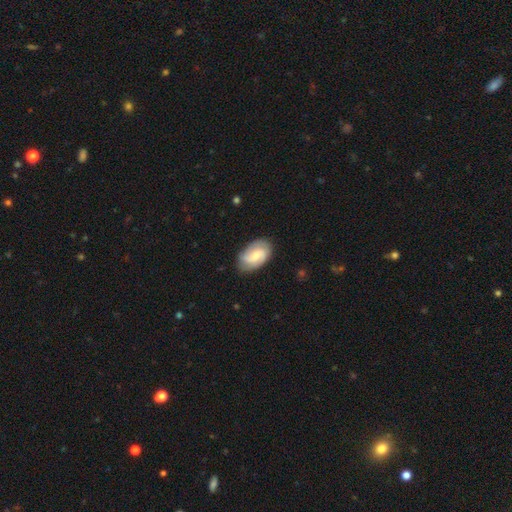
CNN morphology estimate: type=featured or disk (51%); edge-on=no (96%); merging=none (78%).